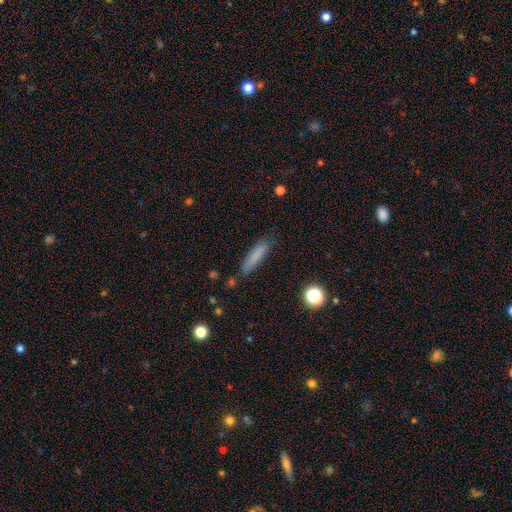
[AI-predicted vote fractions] Smooth or featured? Predicted: smooth (p=0.80). How rounded? Predicted: cigar-shaped (p=0.82). Merging? Predicted: none (p=0.83).